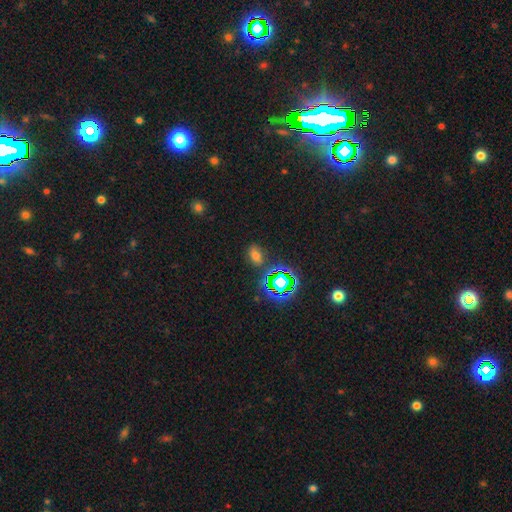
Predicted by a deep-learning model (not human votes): Smooth or featured? Predicted: smooth (p=0.59). How rounded? Predicted: in between (p=0.81). Merging? Predicted: none (p=0.80).